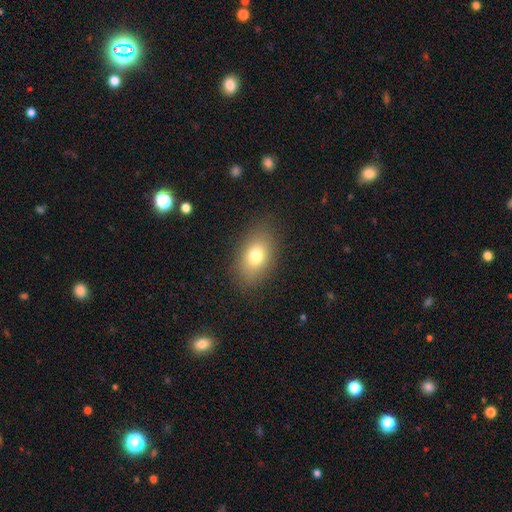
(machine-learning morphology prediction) Smooth or featured? smooth (76%)
How rounded? in between (84%)
Merging? none (85%)